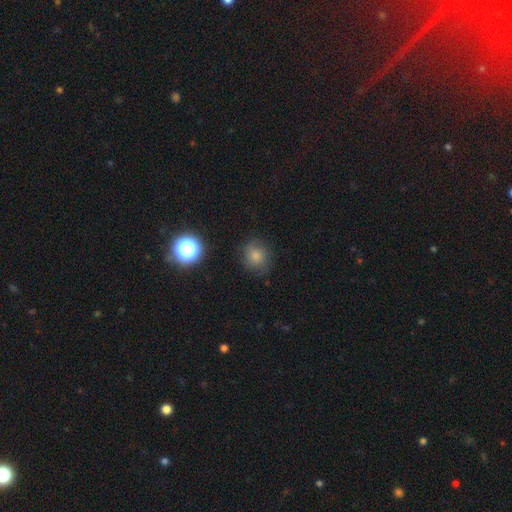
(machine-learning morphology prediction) A smooth galaxy with no disk features (75%) that is round (82%).

Vote fractions:
- Smooth or featured? smooth: 75% / star or artifact: 14% / featured or disk: 11%
- How rounded? round: 82% / in between: 17% / cigar-shaped: 1%
- Merging? none: 77% / minor disturbance: 17% / major disturbance: 5% / merger: 2%